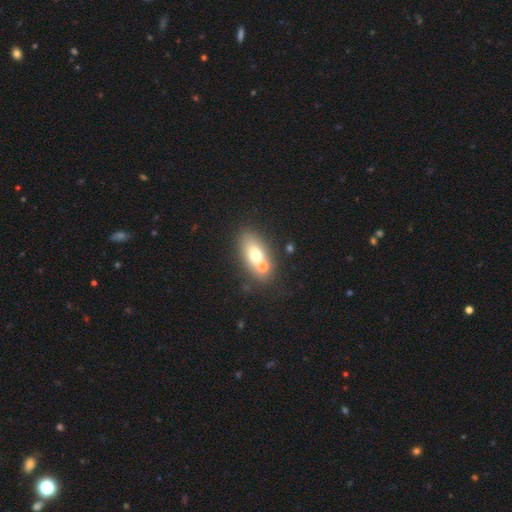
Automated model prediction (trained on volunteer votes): Morphology: type=smooth (64%); roundness=in between (79%); merging=none (49%).